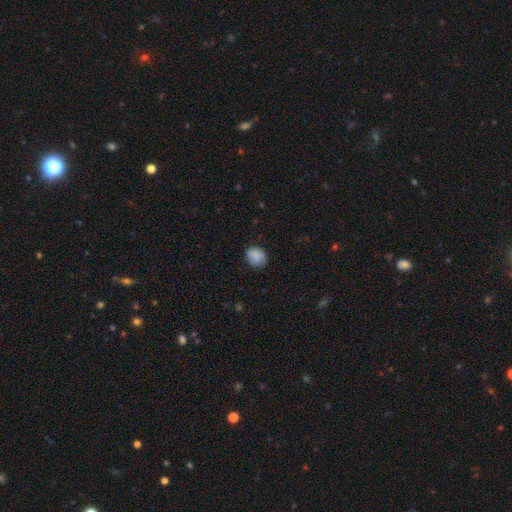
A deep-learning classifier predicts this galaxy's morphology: Smooth or featured: smooth — 85% (star or artifact — 8%)
How rounded: round — 65% (in between — 34%)
Merging: none — 76% (minor disturbance — 19%)